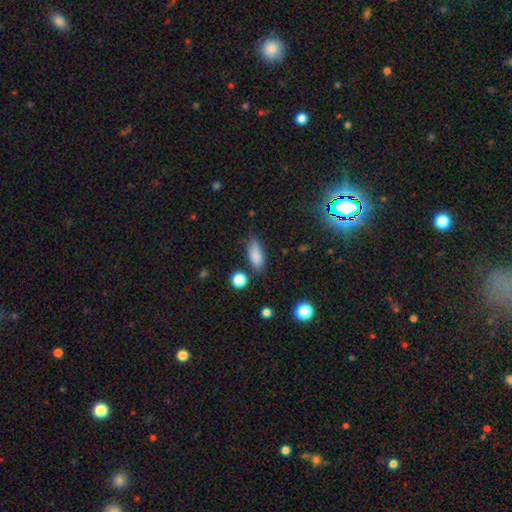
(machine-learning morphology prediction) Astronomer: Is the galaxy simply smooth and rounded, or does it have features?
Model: smooth — 84%.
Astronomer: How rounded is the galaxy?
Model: in between — 79%.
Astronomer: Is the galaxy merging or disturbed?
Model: none — 65%.